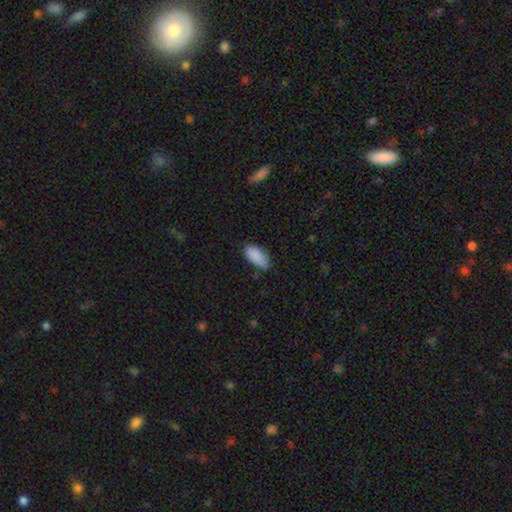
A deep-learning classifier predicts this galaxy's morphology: Q: Smooth or featured?
A: smooth (89%); runner-up: star or artifact (7%)
Q: How rounded?
A: in between (89%); runner-up: cigar-shaped (9%)
Q: Merging?
A: none (72%); runner-up: minor disturbance (23%)